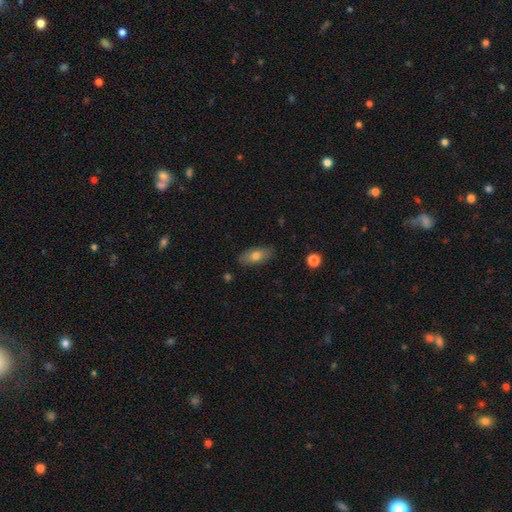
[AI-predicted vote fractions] Smooth or featured?
  - smooth: 74% *
  - featured or disk: 19%
  - star or artifact: 7%
How rounded?
  - in between: 86% *
  - cigar-shaped: 10%
  - round: 4%
Merging?
  - none: 85% *
  - minor disturbance: 11%
  - major disturbance: 2%
  - merger: 1%